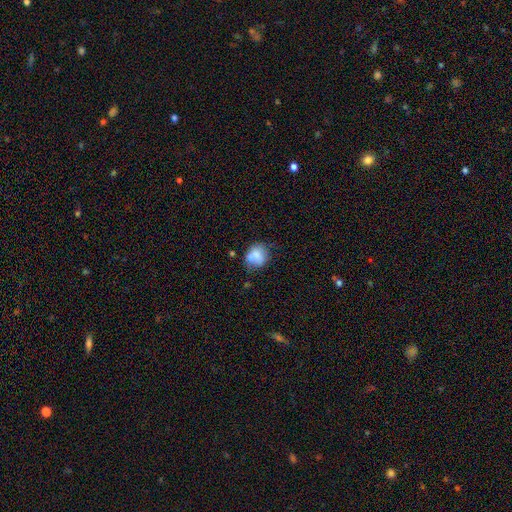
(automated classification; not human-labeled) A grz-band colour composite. It shows a smooth galaxy with no disk features (73%) that is round (66%). Merging: none (47%).